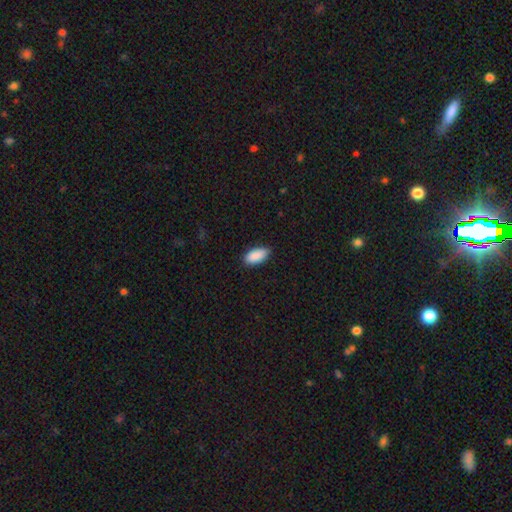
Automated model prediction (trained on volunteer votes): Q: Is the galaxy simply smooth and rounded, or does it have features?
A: smooth — 91%.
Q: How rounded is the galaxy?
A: in between — 93%.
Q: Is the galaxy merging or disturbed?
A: none — 83%.